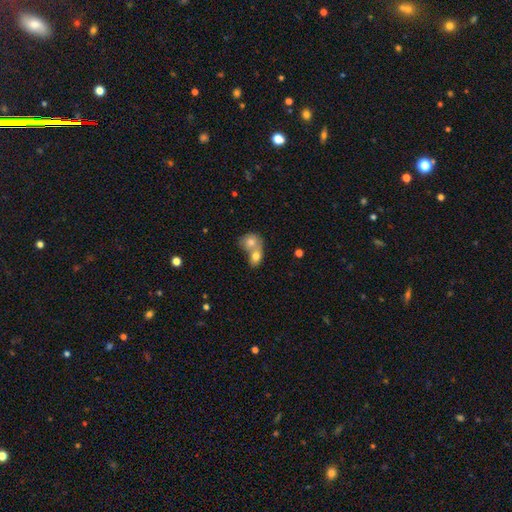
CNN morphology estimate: This is likely a smooth galaxy (75%). How rounded: possibly in between (58%). Merging: likely merger (75%).